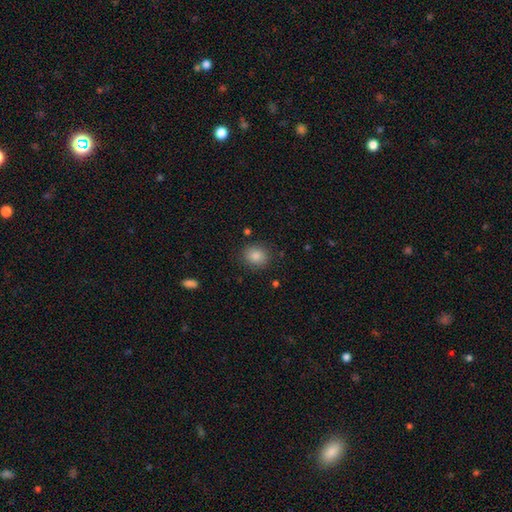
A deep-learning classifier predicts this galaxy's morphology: Q: Smooth or featured?
A: smooth (84%); runner-up: star or artifact (11%)
Q: How rounded?
A: round (72%); runner-up: in between (27%)
Q: Merging?
A: none (86%); runner-up: minor disturbance (9%)